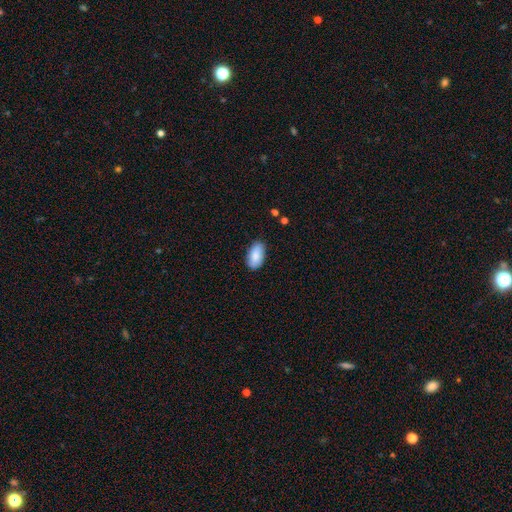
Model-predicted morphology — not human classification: Smooth or featured: smooth — 86% (featured or disk — 7%)
How rounded: in between — 94% (cigar-shaped — 3%)
Merging: none — 85% (minor disturbance — 12%)